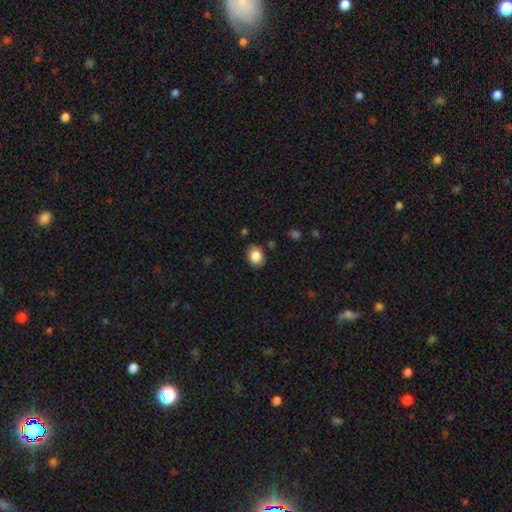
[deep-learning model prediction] smooth_or_featured: smooth (p=0.86) [alt: star or artifact p=0.08]
how_rounded: in between (p=0.58) [alt: round p=0.41]
merging: none (p=0.83) [alt: minor disturbance p=0.13]